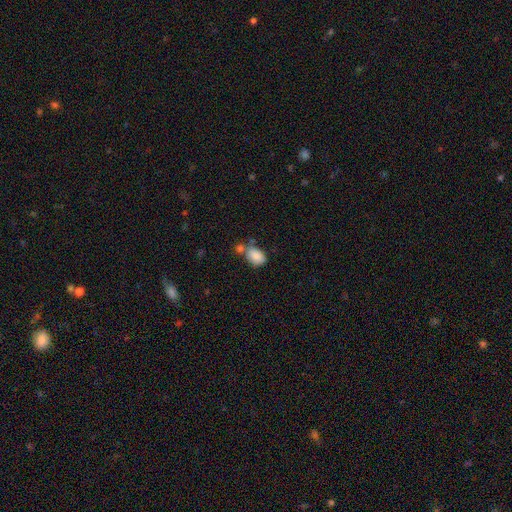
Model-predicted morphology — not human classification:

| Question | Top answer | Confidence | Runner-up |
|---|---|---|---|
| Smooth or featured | smooth | 86% | star or artifact (8%) |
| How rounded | in between | 86% | round (13%) |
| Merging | none | 47% | merger (30%) |